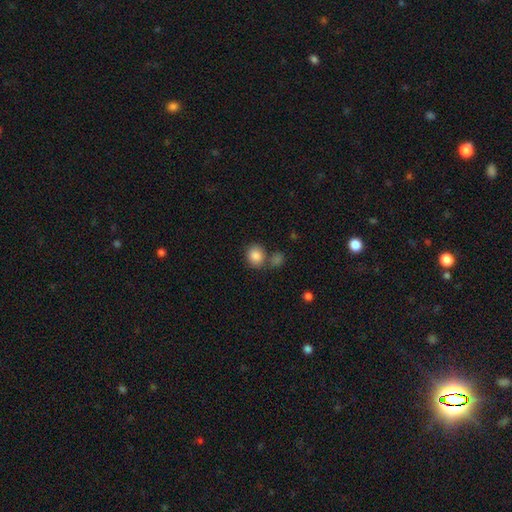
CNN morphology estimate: smooth 85%, star or artifact 9%, featured or disk 6%. Down the decision tree: how rounded — round (77%); merging — none (61%).